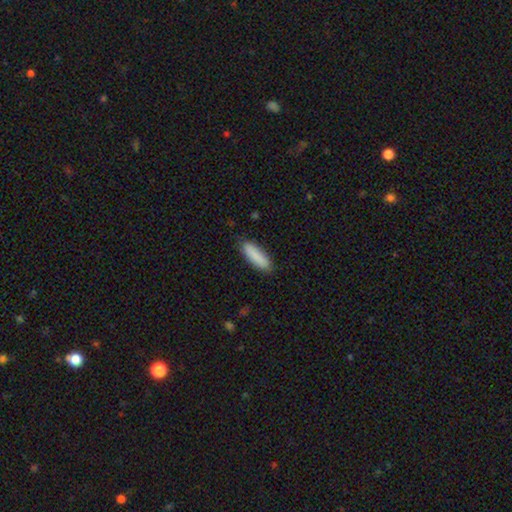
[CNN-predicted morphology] smooth 87%, featured or disk 7%, star or artifact 6%. Down the decision tree: how rounded — cigar-shaped (56%); merging — none (86%).